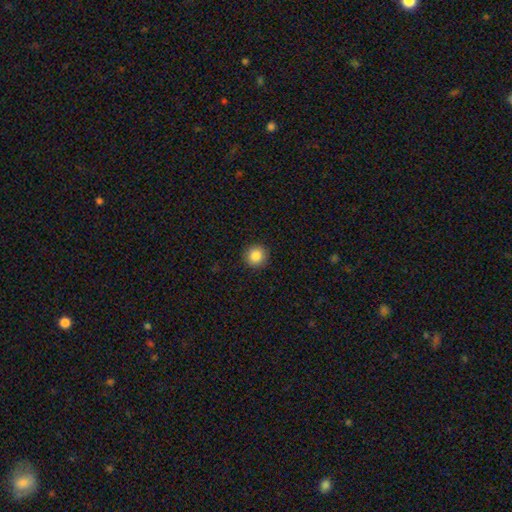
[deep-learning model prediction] smooth_or_featured: smooth (p=0.87) [alt: star or artifact p=0.09]
how_rounded: round (p=0.94) [alt: in between p=0.05]
merging: none (p=0.92) [alt: minor disturbance p=0.05]